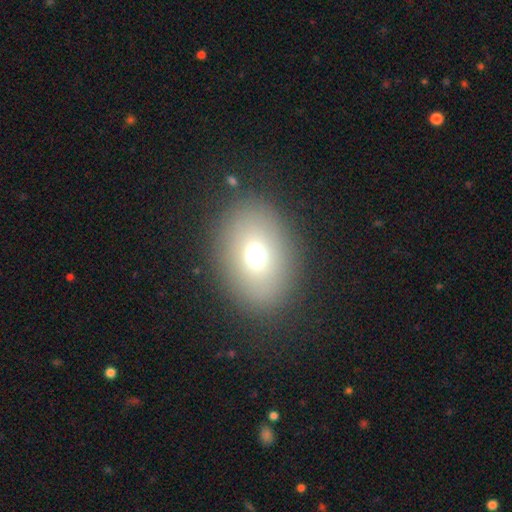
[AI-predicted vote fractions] A smooth galaxy with no disk features (68%) that is in between round and cigar-shaped (66%). Merging: none (85%).